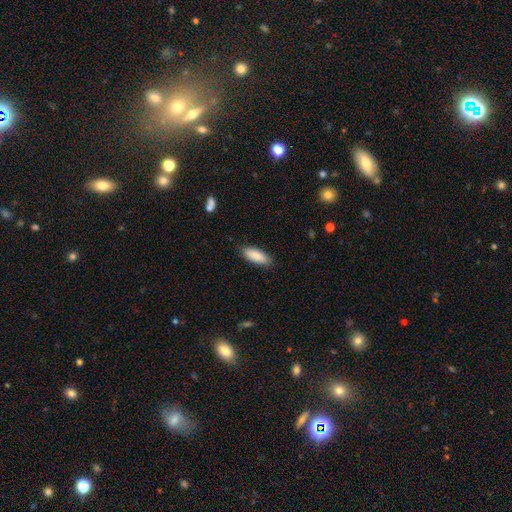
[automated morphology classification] Q: Smooth or featured?
A: smooth (89%); runner-up: star or artifact (6%)
Q: How rounded?
A: in between (76%); runner-up: cigar-shaped (22%)
Q: Merging?
A: none (84%); runner-up: minor disturbance (12%)